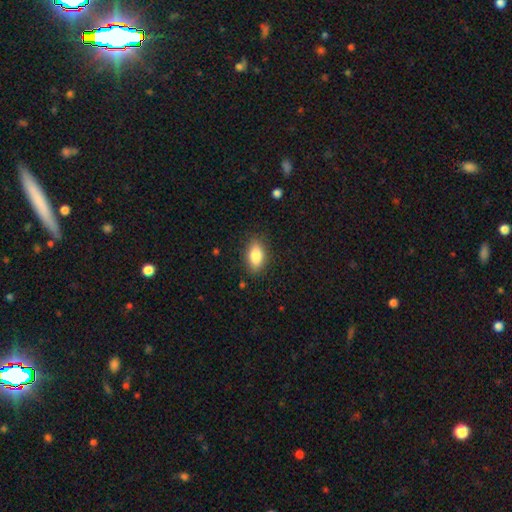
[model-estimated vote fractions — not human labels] smooth_or_featured: smooth (p=0.85) [alt: featured or disk p=0.08]
how_rounded: in between (p=0.89) [alt: round p=0.06]
merging: none (p=0.85) [alt: minor disturbance p=0.11]